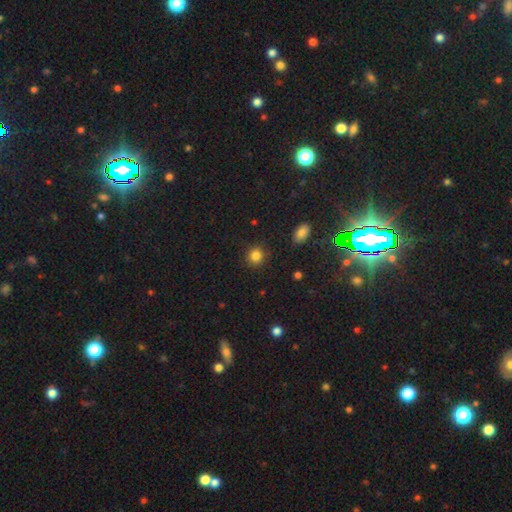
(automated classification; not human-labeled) A smooth galaxy with no disk features (84%) that is round (89%).

Vote fractions:
- Smooth or featured? smooth: 84% / star or artifact: 11% / featured or disk: 4%
- How rounded? round: 89% / in between: 10% / cigar-shaped: 1%
- Merging? none: 89% / minor disturbance: 7% / major disturbance: 2% / merger: 1%